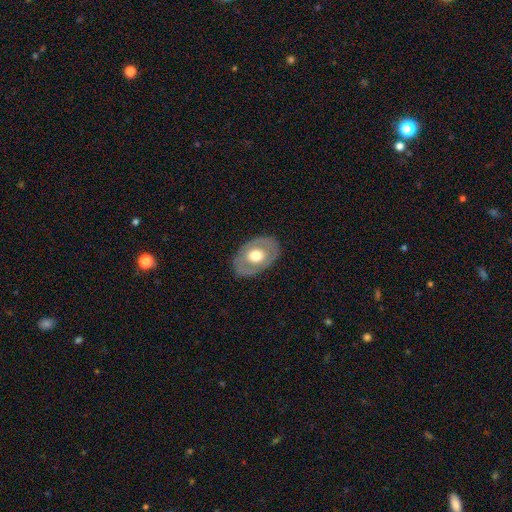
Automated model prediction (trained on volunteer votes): Q: Smooth or featured?
A: smooth (48%); runner-up: featured or disk (47%)
Q: Merging?
A: none (84%); runner-up: minor disturbance (11%)